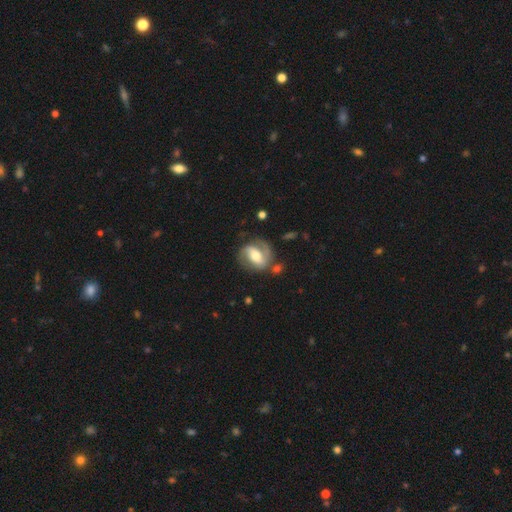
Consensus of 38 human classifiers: Smooth or featured? featured or disk (66%)
Edge-on disk? no (100%)
Bar? strong (40%, tied with weak)
Spiral arms? yes (92%)
Spiral winding? medium (65%)
Spiral arm count? 2 (87%)
Bulge size? moderate (56%)
Merging? none (78%)